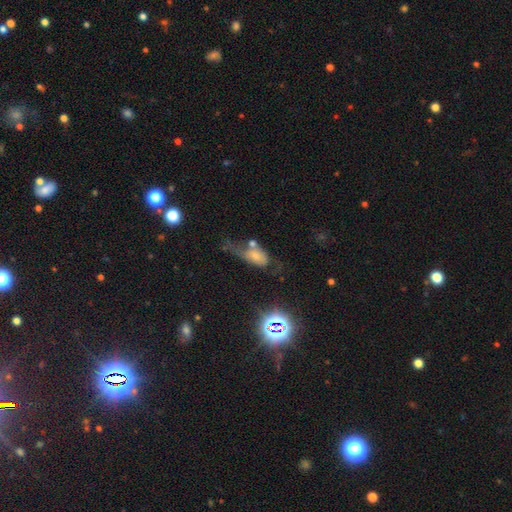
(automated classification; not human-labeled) A smooth galaxy with no disk features (50%). Merging: major disturbance (33%).